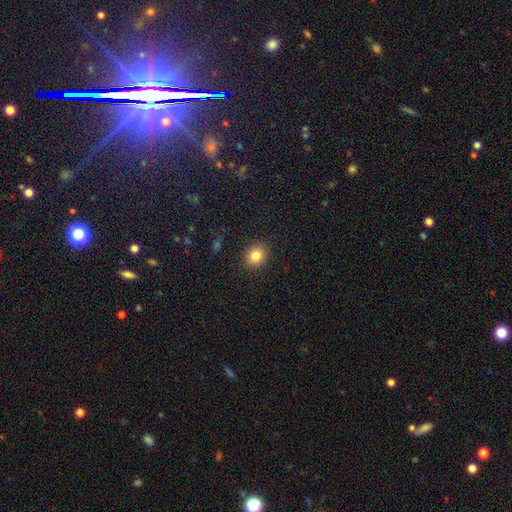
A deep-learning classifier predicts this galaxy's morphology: This is clearly a smooth galaxy (83%). How rounded: likely round (73%). Merging: clearly none (90%).